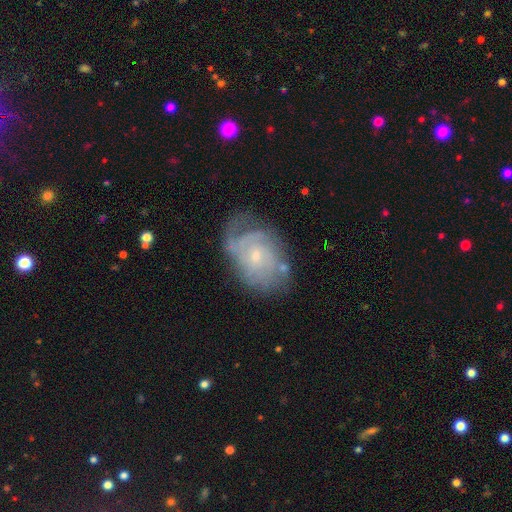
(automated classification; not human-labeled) A featured or disk galaxy (75%) with no bar (68%), tight (52%) spiral arms (87%) and a small central bulge (70%). Merging: none (54%).